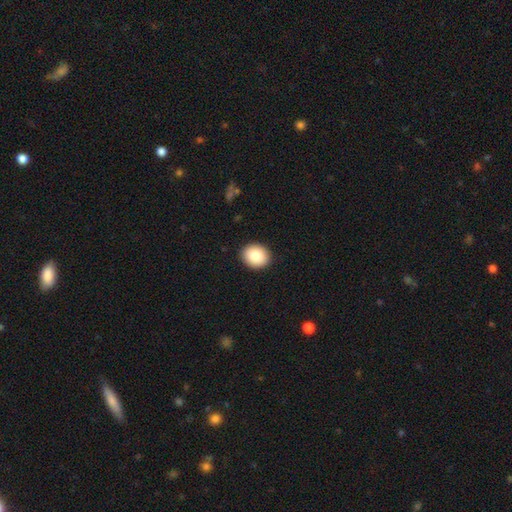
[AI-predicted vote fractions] Smooth or featured: smooth — 85% (star or artifact — 8%)
How rounded: round — 68% (in between — 31%)
Merging: none — 91% (minor disturbance — 6%)